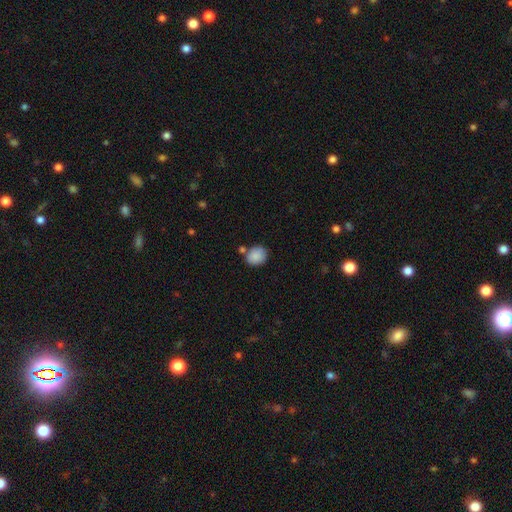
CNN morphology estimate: Smooth or featured: smooth — 88% (star or artifact — 7%)
How rounded: round — 61% (in between — 38%)
Merging: none — 67% (merger — 15%)